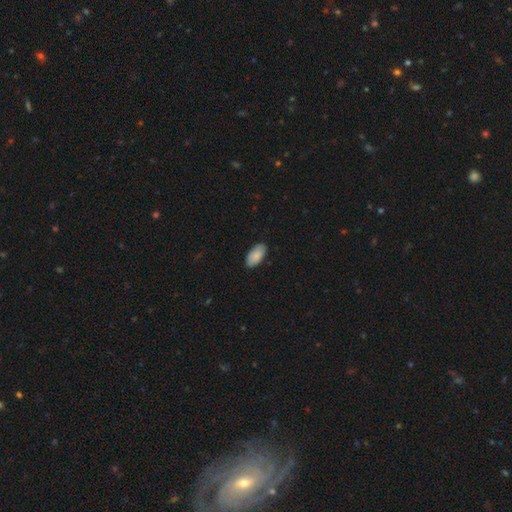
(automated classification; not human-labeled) The model was most divided on "merging": none: 85%, minor disturbance: 12%, major disturbance: 2%, merger: 1%. More confident: how rounded — in between (94%); smooth or featured — smooth (86%).